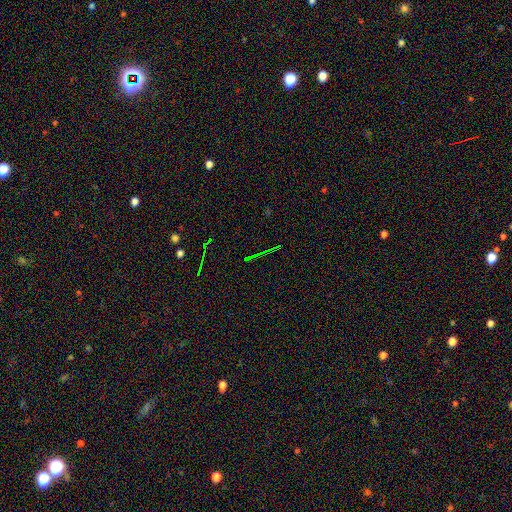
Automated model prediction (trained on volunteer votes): The model was most divided on "smooth or featured": star or artifact: 77%, featured or disk: 13%, smooth: 10%.